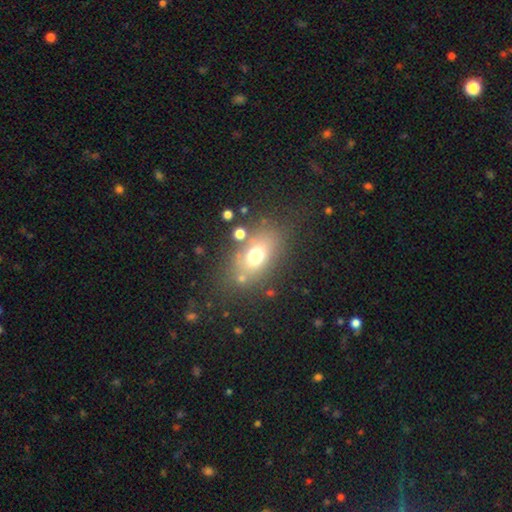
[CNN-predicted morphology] A smooth galaxy with no disk features (66%) that is in between round and cigar-shaped (76%).

Vote fractions:
- Smooth or featured? smooth: 66% / featured or disk: 20% / star or artifact: 14%
- How rounded? in between: 76% / round: 19% / cigar-shaped: 4%
- Merging? none: 71% / minor disturbance: 14% / major disturbance: 8% / merger: 7%